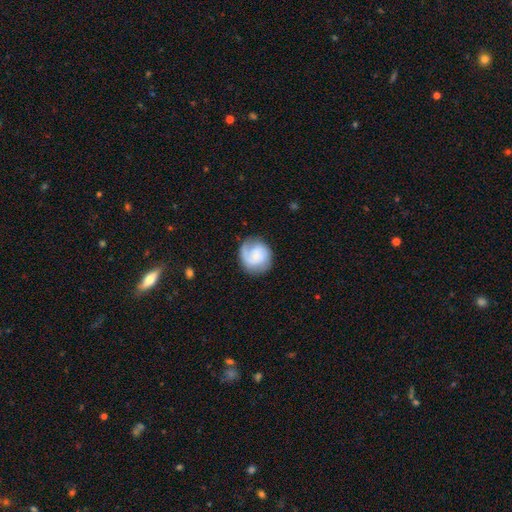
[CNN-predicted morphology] Smooth or featured? Predicted: featured or disk (p=0.50). Edge-on disk? Predicted: no (p=0.98). Merging? Predicted: none (p=0.67).